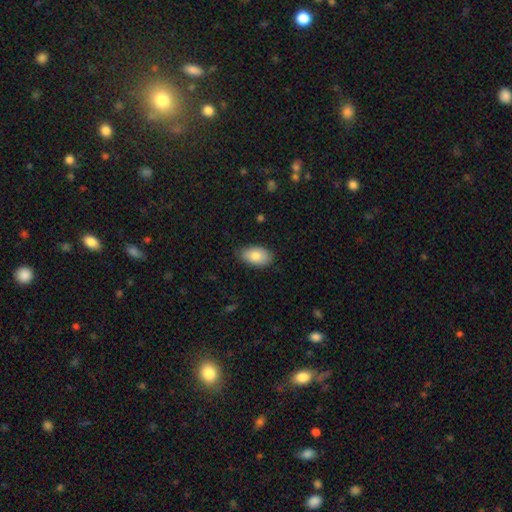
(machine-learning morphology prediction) Smooth or featured?
  - smooth: 83% *
  - featured or disk: 11%
  - star or artifact: 6%
How rounded?
  - in between: 94% *
  - round: 5%
  - cigar-shaped: 2%
Merging?
  - none: 80% *
  - minor disturbance: 17%
  - major disturbance: 2%
  - merger: 1%